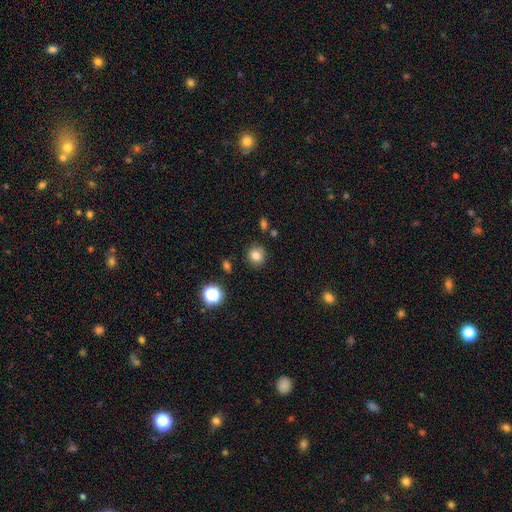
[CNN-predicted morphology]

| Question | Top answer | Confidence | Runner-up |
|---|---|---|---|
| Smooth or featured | smooth | 81% | star or artifact (13%) |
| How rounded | round | 86% | in between (13%) |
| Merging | none | 86% | minor disturbance (9%) |